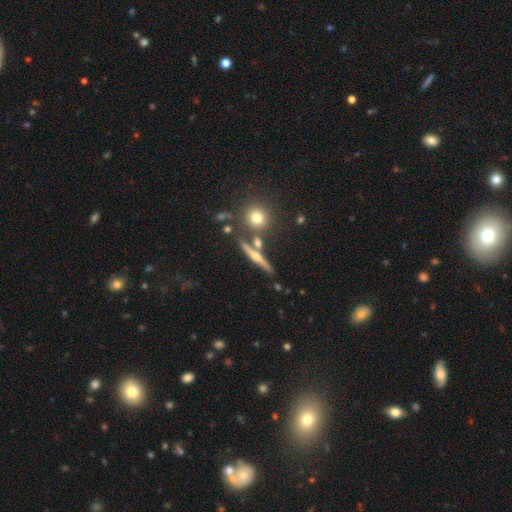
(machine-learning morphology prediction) Overall: featured or disk (68%). Edge-on disk: yes (94%). Edge-on bulge: rounded (87%). Merging: none (78%).